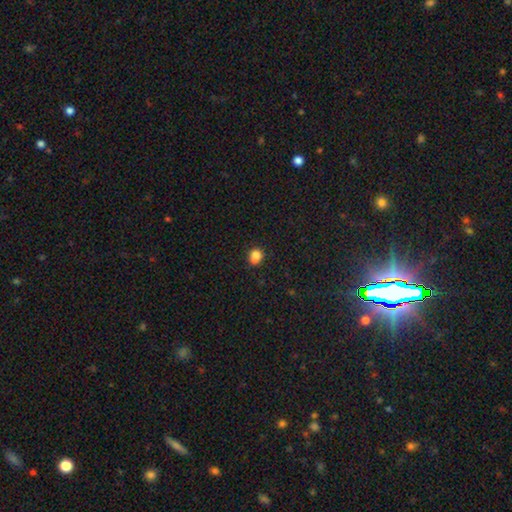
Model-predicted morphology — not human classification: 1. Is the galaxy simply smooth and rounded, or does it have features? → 83% smooth, 11% star or artifact, 5% featured or disk.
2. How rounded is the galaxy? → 62% round, 37% in between, 1% cigar-shaped.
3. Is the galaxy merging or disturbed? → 65% none, 21% minor disturbance, 8% merger, 5% major disturbance.